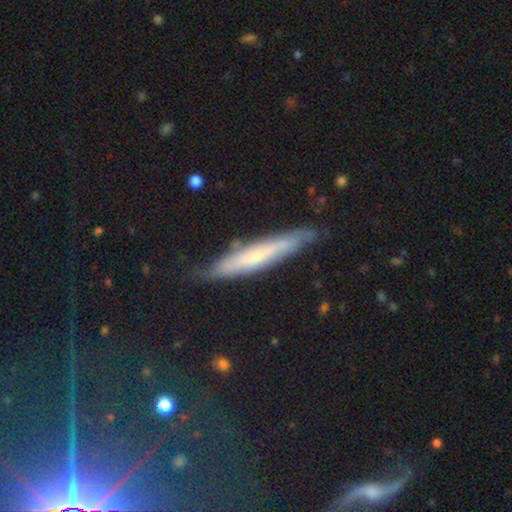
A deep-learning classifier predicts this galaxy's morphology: Smooth or featured? Predicted: featured or disk (p=0.55). Edge-on disk? Predicted: yes (p=0.77). Merging? Predicted: none (p=0.76).